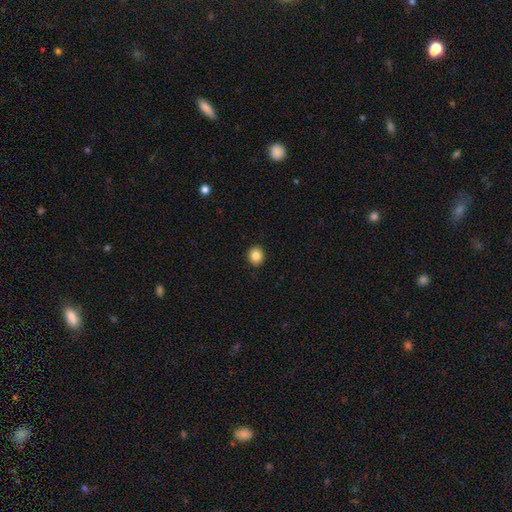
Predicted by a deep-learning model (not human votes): Q: Smooth or featured?
A: smooth (85%); runner-up: star or artifact (10%)
Q: How rounded?
A: round (84%); runner-up: in between (15%)
Q: Merging?
A: none (92%); runner-up: minor disturbance (5%)